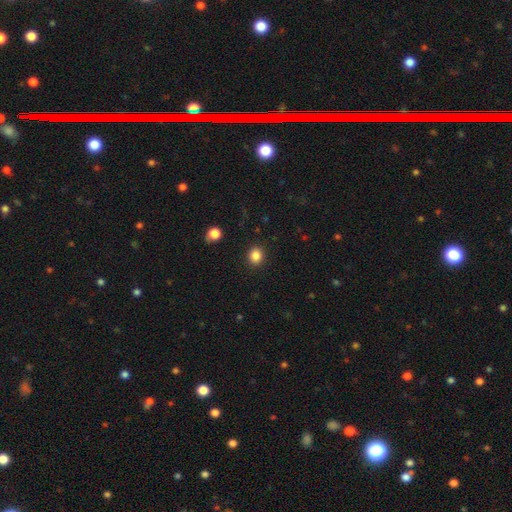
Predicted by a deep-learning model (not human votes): Morphology: type=smooth (86%); roundness=round (73%); merging=none (90%).